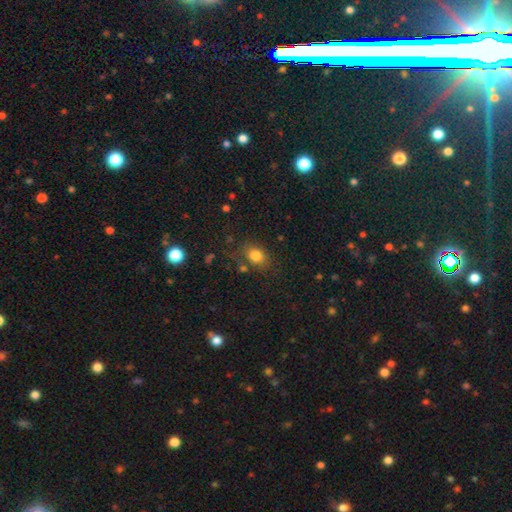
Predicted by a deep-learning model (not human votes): Smooth or featured: smooth — 81% (star or artifact — 12%)
How rounded: in between — 62% (round — 37%)
Merging: none — 72% (minor disturbance — 16%)